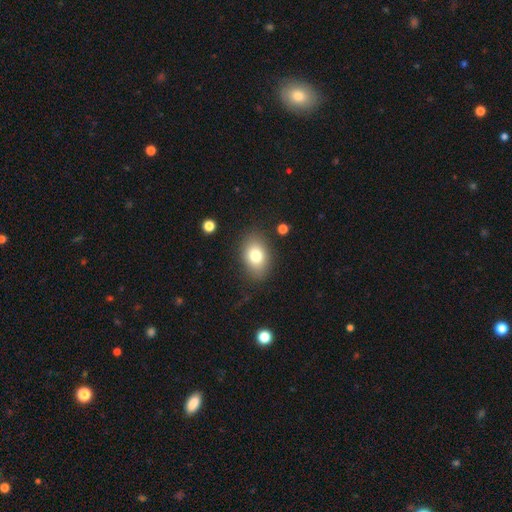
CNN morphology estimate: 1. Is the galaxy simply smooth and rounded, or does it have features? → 78% smooth, 12% featured or disk, 10% star or artifact.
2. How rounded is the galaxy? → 79% in between, 20% round, 1% cigar-shaped.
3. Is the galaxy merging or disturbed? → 83% none, 11% minor disturbance, 4% major disturbance, 2% merger.